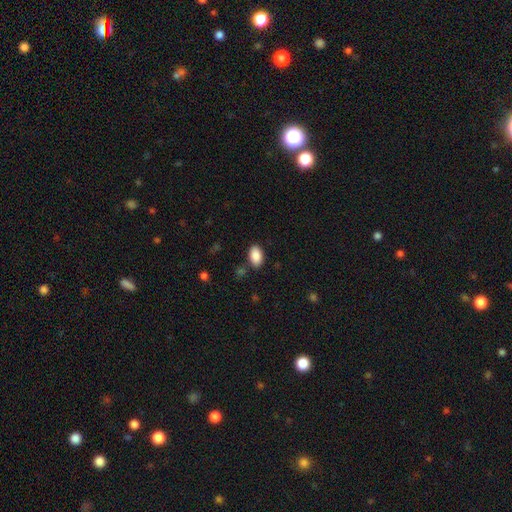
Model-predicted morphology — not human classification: This appears to be a smooth galaxy with no disk features (89%) that is in between round and cigar-shaped (93%). Merging: none (83%).